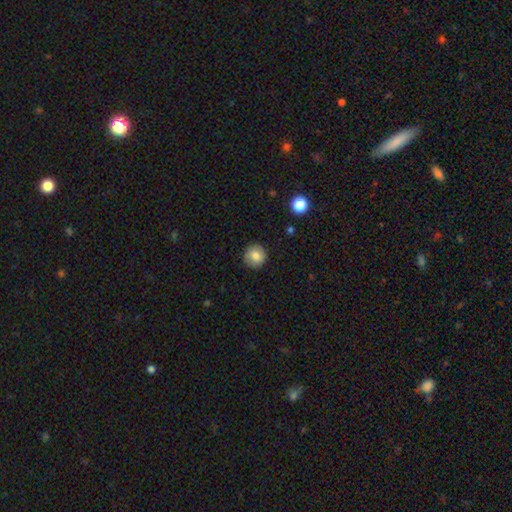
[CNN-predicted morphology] Smooth or featured? Predicted: smooth (p=0.81). How rounded? Predicted: round (p=0.90). Merging? Predicted: none (p=0.88).